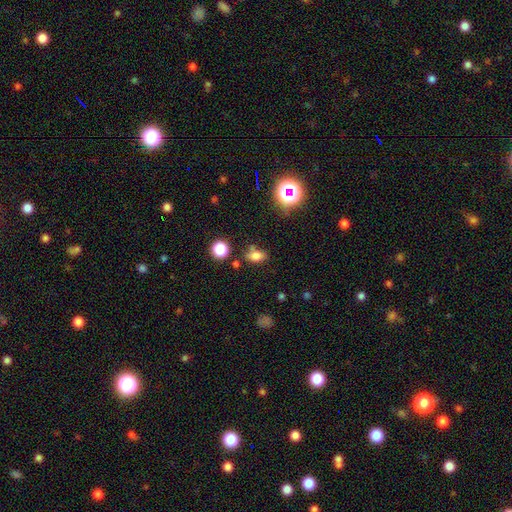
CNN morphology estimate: The model was most divided on "merging": none: 67%, minor disturbance: 18%, merger: 10%, major disturbance: 6%. More confident: how rounded — in between (79%); smooth or featured — smooth (73%).